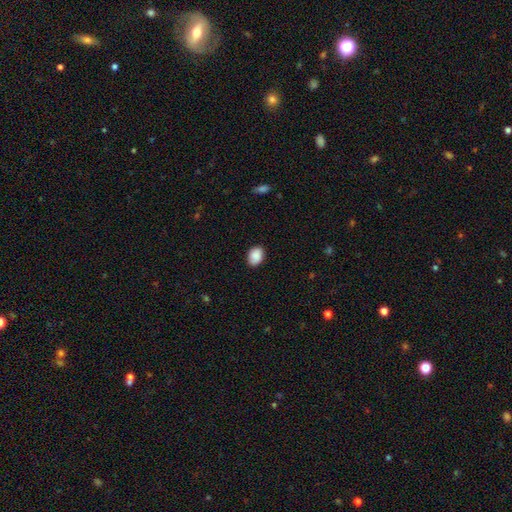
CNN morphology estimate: Smooth or featured? smooth (89%)
How rounded? in between (72%)
Merging? none (85%)